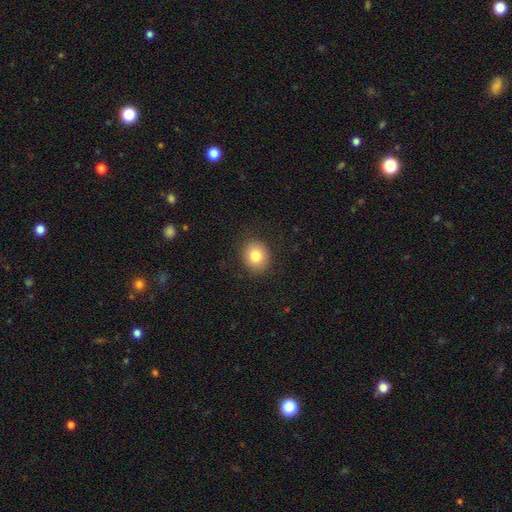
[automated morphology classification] Smooth or featured: smooth — 82% (star or artifact — 10%)
How rounded: round — 72% (in between — 27%)
Merging: none — 88% (minor disturbance — 9%)